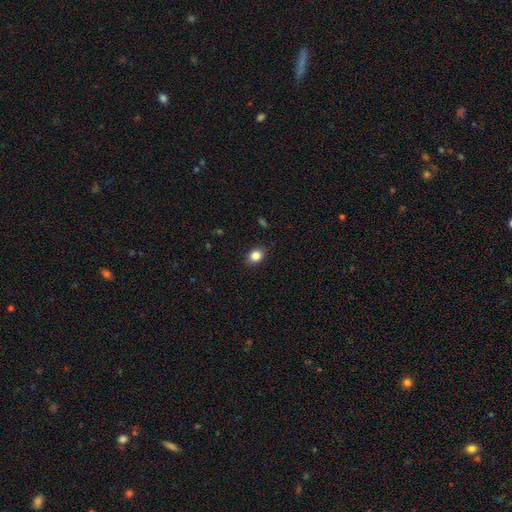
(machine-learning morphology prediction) Q: Smooth or featured?
A: smooth (85%); runner-up: star or artifact (9%)
Q: How rounded?
A: in between (63%); runner-up: round (36%)
Q: Merging?
A: none (88%); runner-up: minor disturbance (9%)